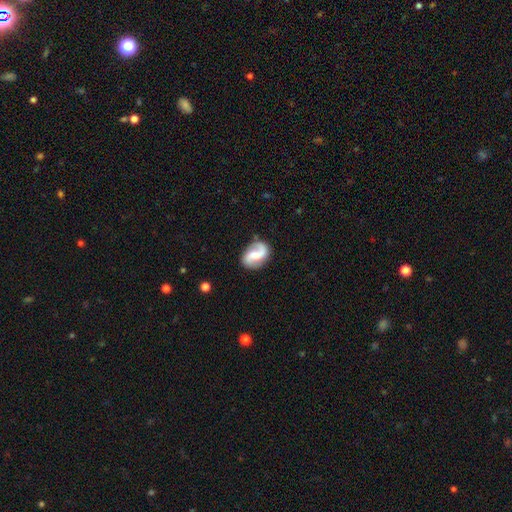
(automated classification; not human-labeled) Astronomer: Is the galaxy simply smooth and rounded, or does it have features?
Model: featured or disk — 78%.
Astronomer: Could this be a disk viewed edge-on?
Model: no — 98%.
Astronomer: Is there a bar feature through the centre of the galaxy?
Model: weak — 44% (runner-up: no, 36%).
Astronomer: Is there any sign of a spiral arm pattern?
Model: yes — 95%.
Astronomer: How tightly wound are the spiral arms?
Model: loose — 51% (runner-up: medium, 37%).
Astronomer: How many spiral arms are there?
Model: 2 — 86%.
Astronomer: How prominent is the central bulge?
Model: moderate — 33% (runner-up: small, 29%).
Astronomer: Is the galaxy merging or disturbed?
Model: none — 77%.